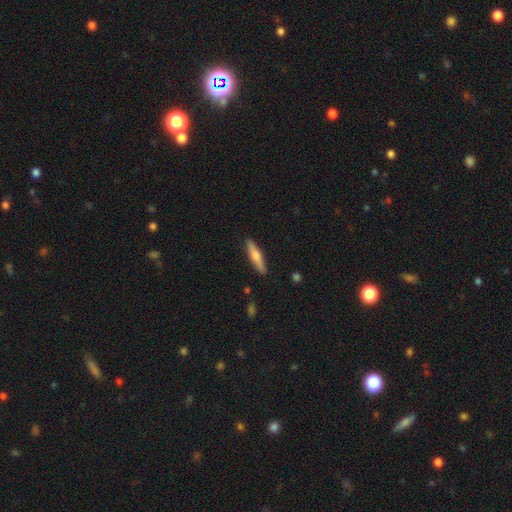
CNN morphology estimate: type=smooth (60%); roundness=cigar-shaped (82%); merging=none (89%).